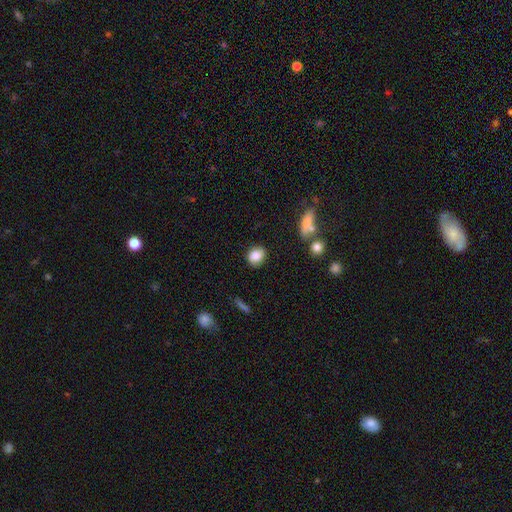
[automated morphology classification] The model was most divided on "how rounded": round: 56%, in between: 43%, cigar-shaped: 2%. More confident: smooth or featured — smooth (83%); merging — none (81%).